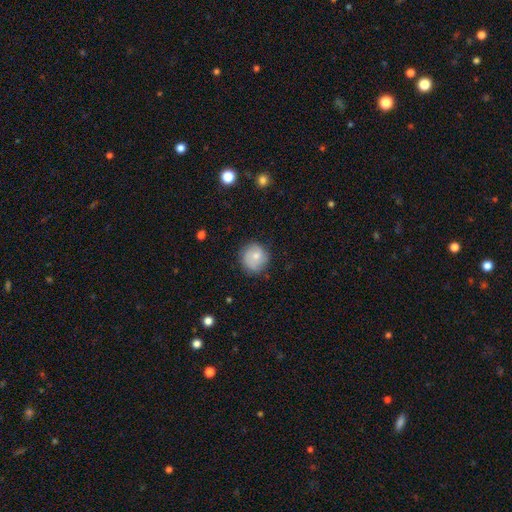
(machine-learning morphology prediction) smooth 70%, featured or disk 22%, star or artifact 8%. Down the decision tree: how rounded — round (89%); merging — none (76%).